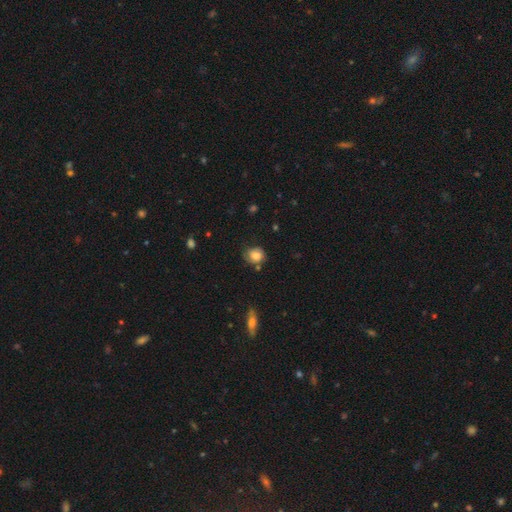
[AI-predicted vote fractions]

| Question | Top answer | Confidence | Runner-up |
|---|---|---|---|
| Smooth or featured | smooth | 77% | featured or disk (14%) |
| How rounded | round | 69% | in between (30%) |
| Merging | none | 70% | minor disturbance (21%) |